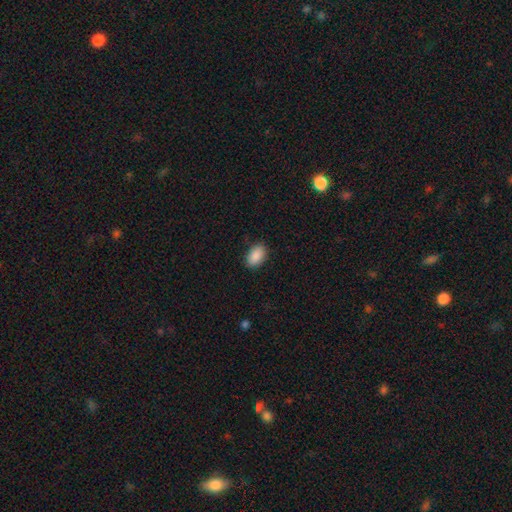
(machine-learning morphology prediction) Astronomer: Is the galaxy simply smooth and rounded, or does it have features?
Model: smooth — 89%.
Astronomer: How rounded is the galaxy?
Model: in between — 92%.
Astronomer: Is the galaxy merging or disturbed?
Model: none — 87%.